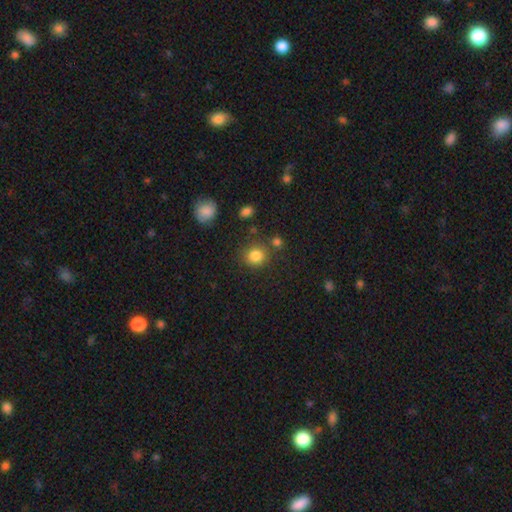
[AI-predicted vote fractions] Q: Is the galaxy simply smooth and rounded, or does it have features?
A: smooth — 83%.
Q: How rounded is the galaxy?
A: round — 84%.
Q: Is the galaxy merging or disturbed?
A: none — 78%.